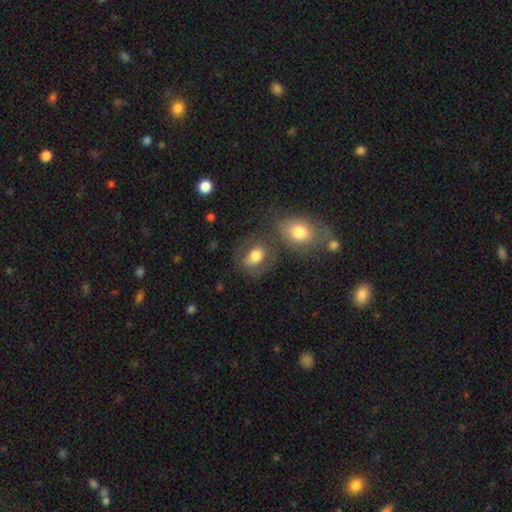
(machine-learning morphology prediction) This is likely a smooth galaxy (65%). How rounded: likely in between (69%). Merging: possibly none (56%).